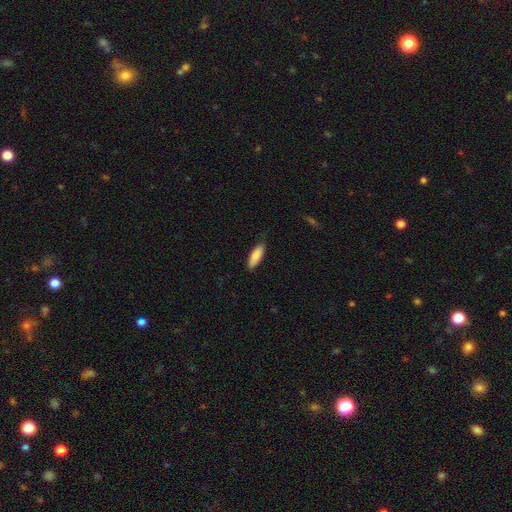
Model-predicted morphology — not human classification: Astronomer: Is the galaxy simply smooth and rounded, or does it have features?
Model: smooth — 84%.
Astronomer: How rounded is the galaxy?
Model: in between — 57% (runner-up: cigar-shaped, 42%).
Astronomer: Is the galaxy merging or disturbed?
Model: none — 79%.